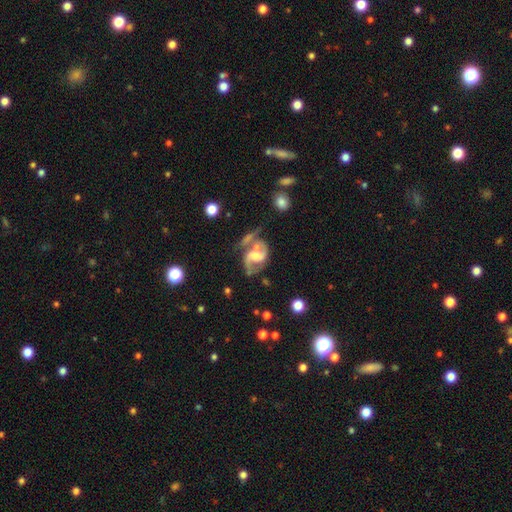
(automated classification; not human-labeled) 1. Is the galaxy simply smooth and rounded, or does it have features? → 83% featured or disk, 10% smooth, 7% star or artifact.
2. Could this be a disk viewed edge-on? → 97% no, 3% yes.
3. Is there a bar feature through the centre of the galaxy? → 45% weak, 30% no, 24% strong.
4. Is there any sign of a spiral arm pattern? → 93% yes, 7% no.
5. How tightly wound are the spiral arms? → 53% medium, 33% loose, 14% tight.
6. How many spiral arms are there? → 89% 2, 4% can't tell, 3% 1, 1% 3, 1% 4, 1% more than 4.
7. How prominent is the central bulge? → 44% moderate, 29% small, 12% large, 12% none, 2% dominant.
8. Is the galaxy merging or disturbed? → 40% none, 29% merger, 17% minor disturbance, 15% major disturbance.